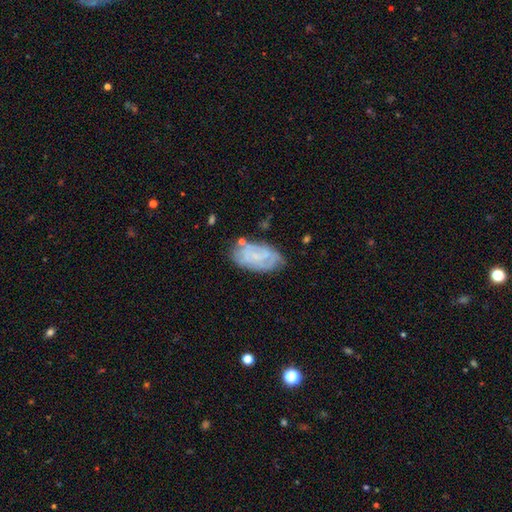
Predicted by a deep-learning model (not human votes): A featured or disk galaxy (59%) with no bar (63%), spiral arms (72%) and a small central bulge (50%). Merging: none (68%).